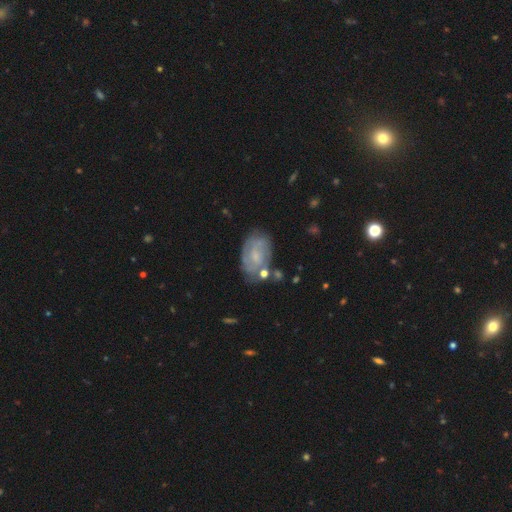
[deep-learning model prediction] smooth-or-featured: featured or disk: 62% | smooth: 30% | star or artifact: 8%
  disk-edge-on: no: 96% | yes: 4%
    bar: no: 56% | weak: 38% | strong: 6%
    has-spiral-arms: yes: 76% | no: 24%
    bulge-size: small: 53% | moderate: 27% | none: 18% | large: 2% | dominant: 1%
  merging: none: 62% | minor disturbance: 22% | major disturbance: 9% | merger: 7%